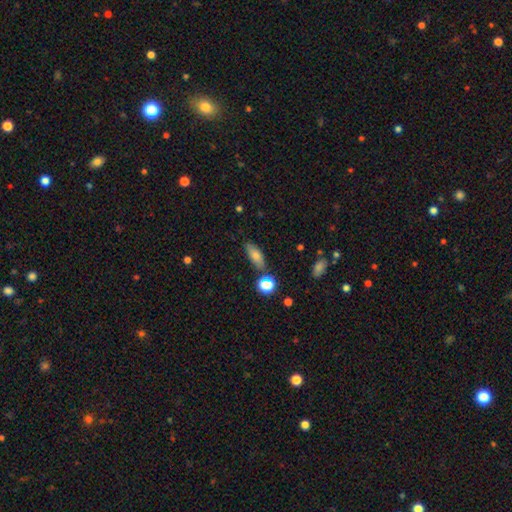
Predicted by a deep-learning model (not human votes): A smooth galaxy with no disk features (76%) that is in between round and cigar-shaped (72%). Merging: none (76%).